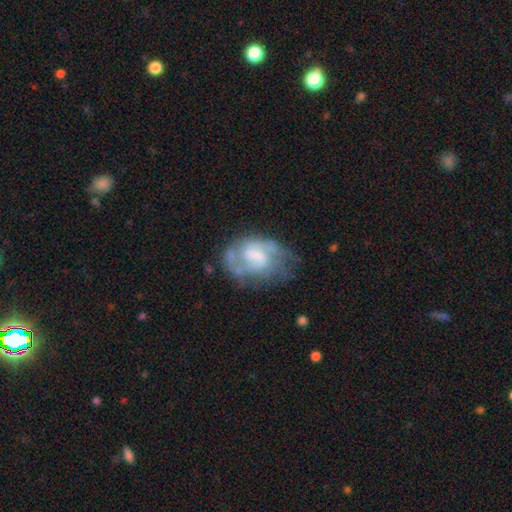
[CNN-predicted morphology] Smooth or featured? Predicted: featured or disk (p=0.71). Edge-on disk? Predicted: no (p=0.97). Bar? Predicted: weak (p=0.50). Spiral arms? Predicted: yes (p=0.78). Spiral winding? Predicted: medium (p=0.45). Spiral arm count? Predicted: 2 (p=0.50). Bulge size? Predicted: none (p=0.33). Merging? Predicted: none (p=0.49).